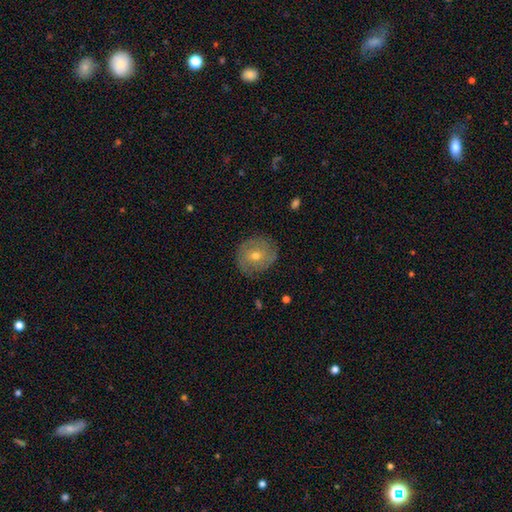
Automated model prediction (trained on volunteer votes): Smooth or featured: featured or disk — 51% (smooth — 39%)
Edge-on disk: no — 96% (yes — 4%)
Merging: none — 82% (minor disturbance — 13%)